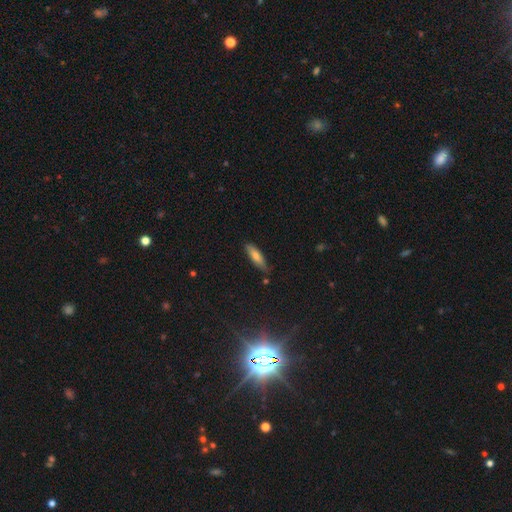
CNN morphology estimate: smooth-or-featured: smooth: 64% | featured or disk: 26% | star or artifact: 10%
  how-rounded: cigar-shaped: 64% | in between: 34% | round: 2%
  merging: none: 80% | minor disturbance: 15% | major disturbance: 2% | merger: 2%